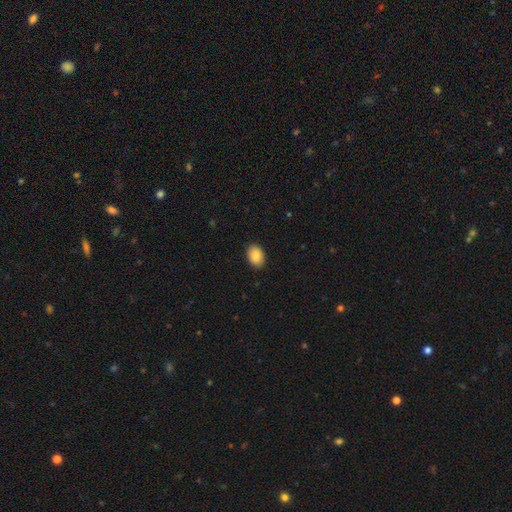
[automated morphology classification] Smooth or featured: smooth — 87% (star or artifact — 7%)
How rounded: in between — 82% (round — 17%)
Merging: none — 90% (minor disturbance — 7%)